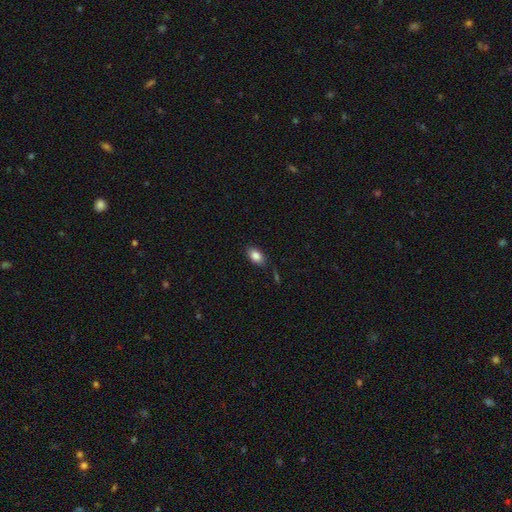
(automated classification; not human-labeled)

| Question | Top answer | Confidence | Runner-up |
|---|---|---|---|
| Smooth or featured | smooth | 86% | star or artifact (8%) |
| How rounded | in between | 88% | round (10%) |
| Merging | none | 84% | minor disturbance (12%) |